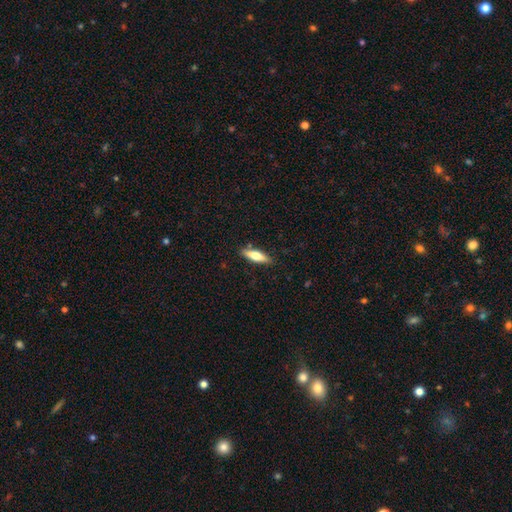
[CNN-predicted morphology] Overall: smooth (61%; featured or disk 33%). How rounded: cigar-shaped (58%; in between 40%). Merging: none (86%).